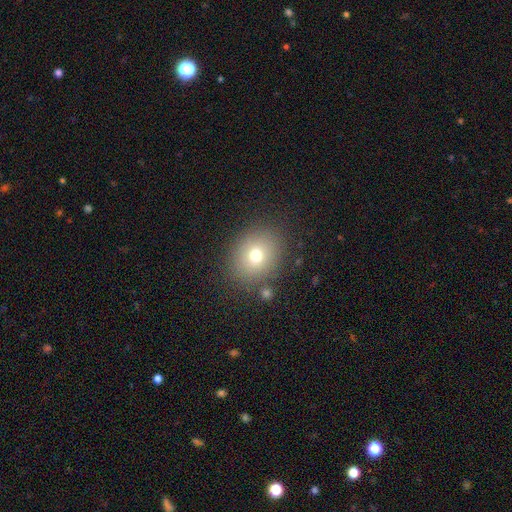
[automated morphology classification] Smooth or featured? smooth (71%)
How rounded? round (64%)
Merging? none (83%)